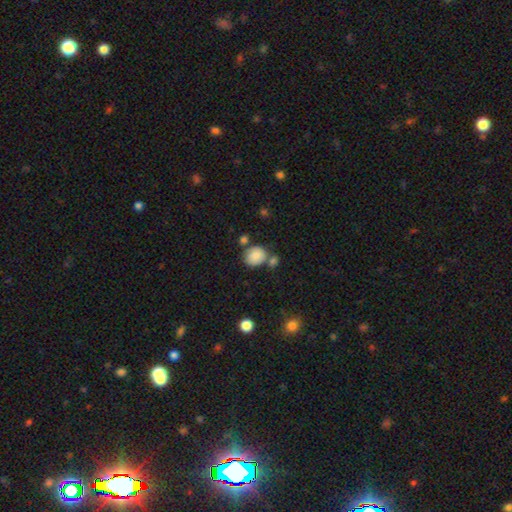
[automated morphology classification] This appears to be a smooth galaxy with no disk features (84%) that is round (69%). Merging: none (60%).